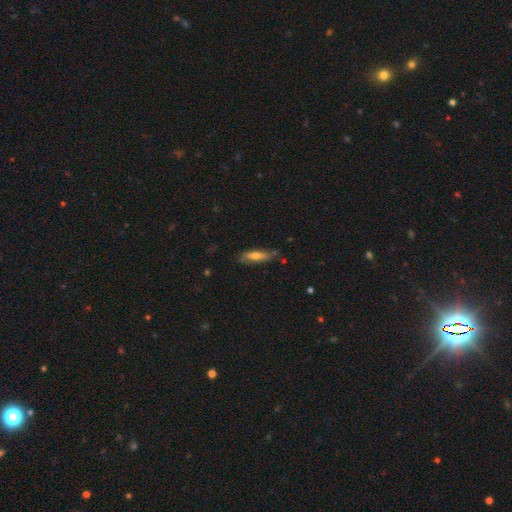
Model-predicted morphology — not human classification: Q: Smooth or featured?
A: smooth (58%); runner-up: featured or disk (36%)
Q: How rounded?
A: cigar-shaped (66%); runner-up: in between (32%)
Q: Merging?
A: none (66%); runner-up: minor disturbance (24%)